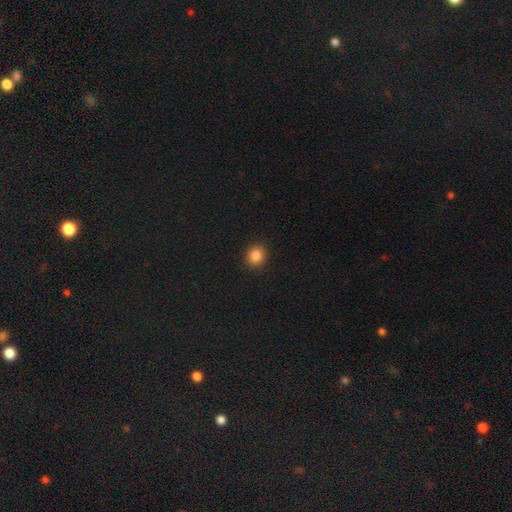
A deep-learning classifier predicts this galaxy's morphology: A smooth galaxy with no disk features (85%) that is round (79%).

Vote fractions:
- Smooth or featured? smooth: 85% / star or artifact: 11% / featured or disk: 4%
- How rounded? round: 79% / in between: 20% / cigar-shaped: 1%
- Merging? none: 92% / minor disturbance: 6% / major disturbance: 2% / merger: 1%